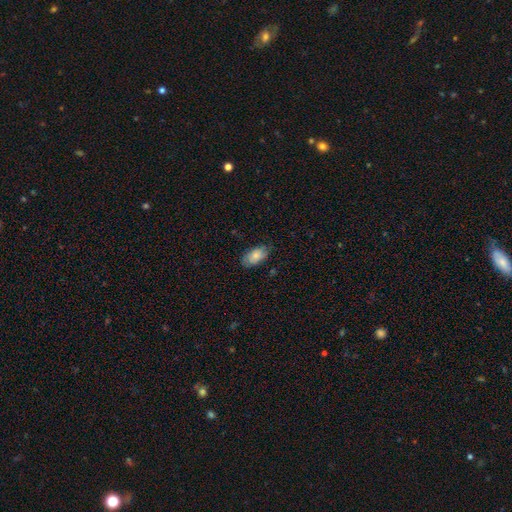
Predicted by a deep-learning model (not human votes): smooth_or_featured: smooth (p=0.73) [alt: featured or disk p=0.20]
how_rounded: in between (p=0.93) [alt: round p=0.04]
merging: none (p=0.73) [alt: minor disturbance p=0.21]